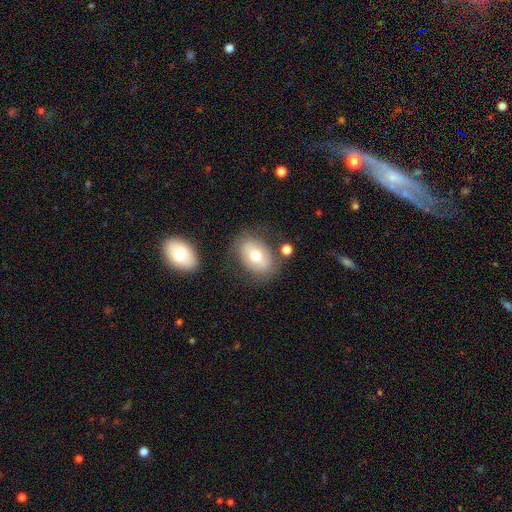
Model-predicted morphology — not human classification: Smooth or featured? Predicted: smooth (p=0.64). How rounded? Predicted: in between (p=0.74). Merging? Predicted: none (p=0.73).